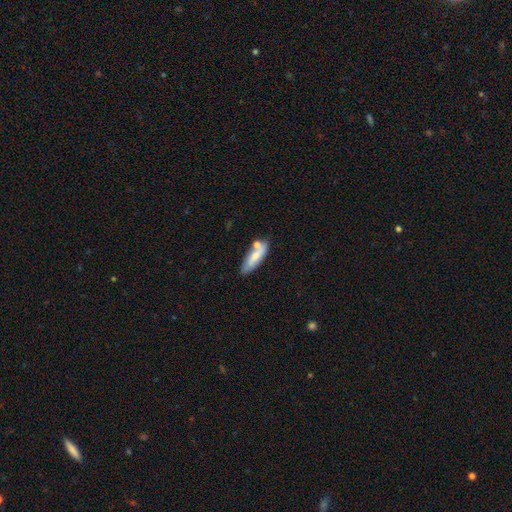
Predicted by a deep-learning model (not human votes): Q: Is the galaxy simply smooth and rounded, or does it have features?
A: smooth — 68%.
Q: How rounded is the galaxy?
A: cigar-shaped — 50%.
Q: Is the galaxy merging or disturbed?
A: none — 61%.